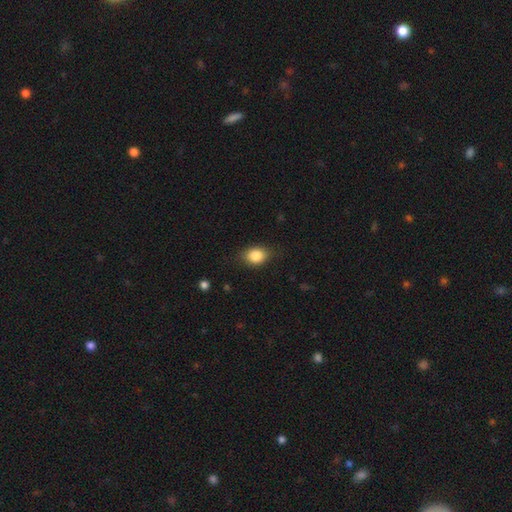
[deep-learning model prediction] This appears to be a smooth galaxy with no disk features (84%) that is in between round and cigar-shaped (62%). Merging: none (80%).